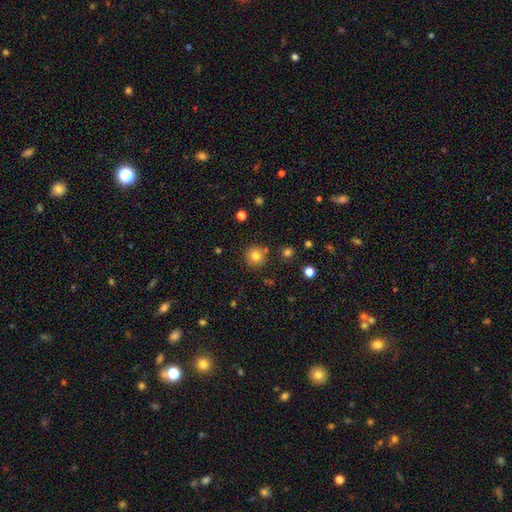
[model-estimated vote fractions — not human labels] Overall: smooth (80%). How rounded: round (93%). Merging: none (83%).